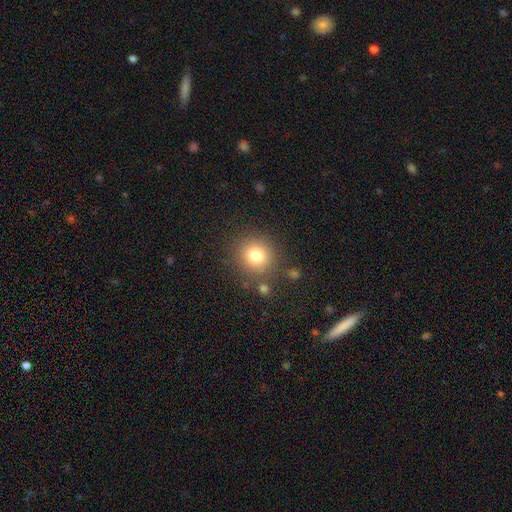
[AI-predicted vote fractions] Overall: smooth (79%). How rounded: round (92%). Merging: none (83%).